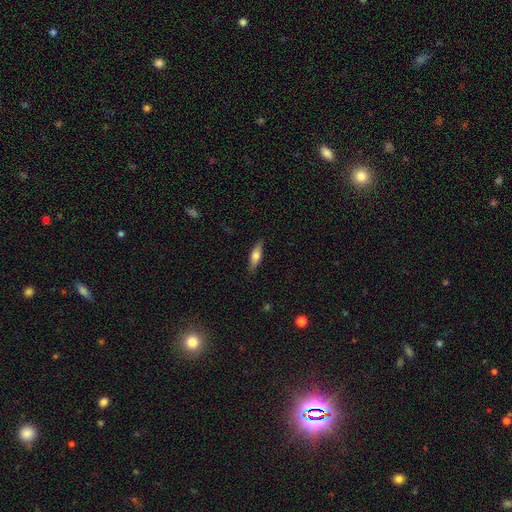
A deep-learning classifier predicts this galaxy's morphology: smooth_or_featured: smooth (p=0.59) [alt: featured or disk p=0.35]
how_rounded: cigar-shaped (p=0.57) [alt: in between p=0.41]
merging: none (p=0.86) [alt: minor disturbance p=0.11]